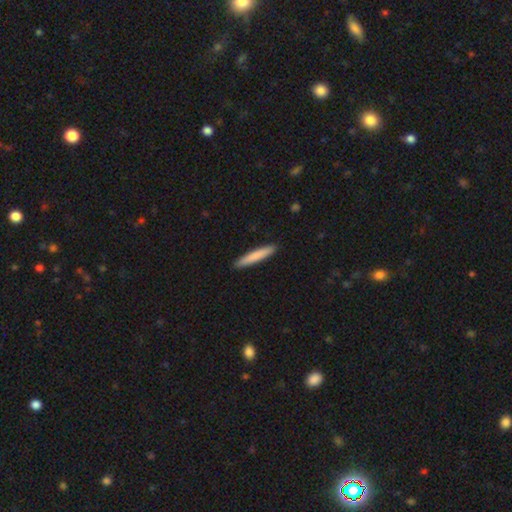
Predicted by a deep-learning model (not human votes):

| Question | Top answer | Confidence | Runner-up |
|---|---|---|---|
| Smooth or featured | smooth | 81% | featured or disk (14%) |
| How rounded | cigar-shaped | 94% | in between (5%) |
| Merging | none | 92% | minor disturbance (6%) |